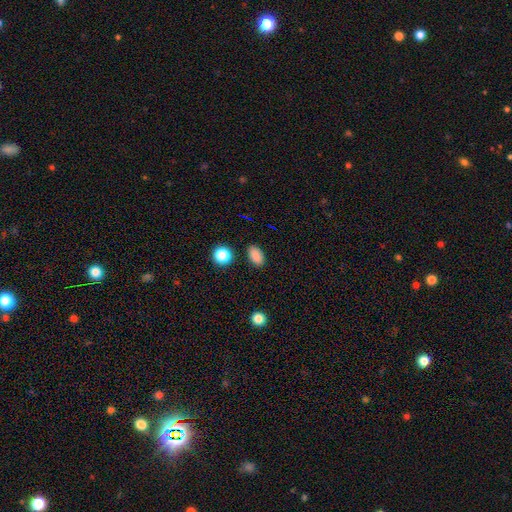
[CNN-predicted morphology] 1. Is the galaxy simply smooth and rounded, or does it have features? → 87% smooth, 10% star or artifact, 3% featured or disk.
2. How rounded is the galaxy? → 86% in between, 12% round, 2% cigar-shaped.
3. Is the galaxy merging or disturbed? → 88% none, 8% minor disturbance, 2% major disturbance, 2% merger.